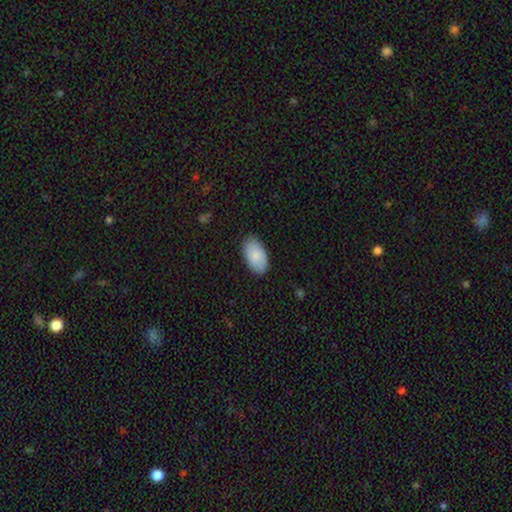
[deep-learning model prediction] Smooth or featured: smooth — 84% (featured or disk — 10%)
How rounded: in between — 95% (round — 3%)
Merging: none — 84% (minor disturbance — 13%)